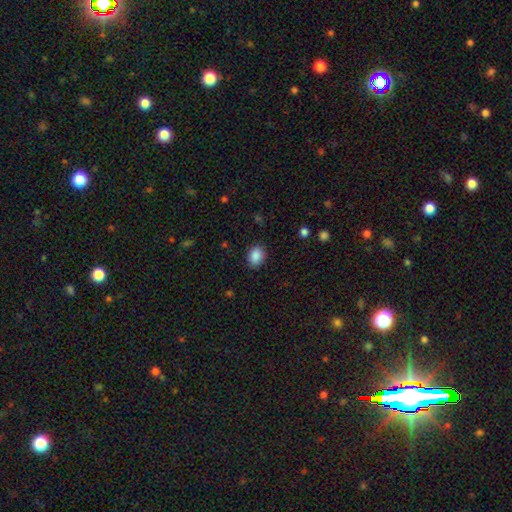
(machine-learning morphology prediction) A smooth galaxy with no disk features (88%) that is in between round and cigar-shaped (55%). Merging: none (87%).